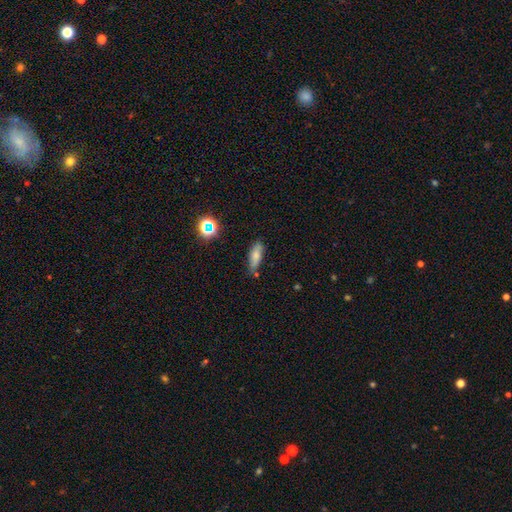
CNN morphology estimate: Overall: smooth (72%). How rounded: in between (63%; cigar-shaped 33%). Merging: none (71%).